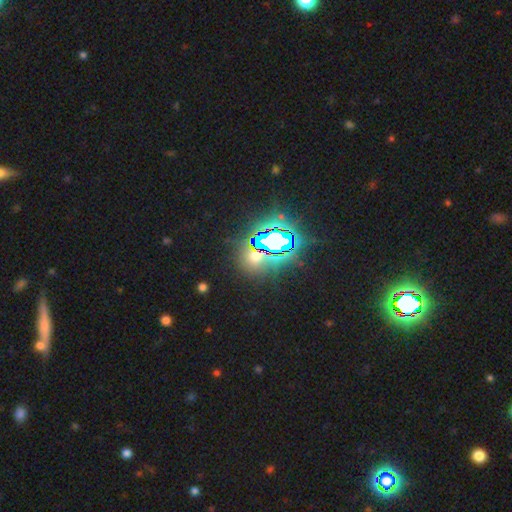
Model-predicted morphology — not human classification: The model was most divided on "smooth or featured": star or artifact: 69%, smooth: 23%, featured or disk: 8%.